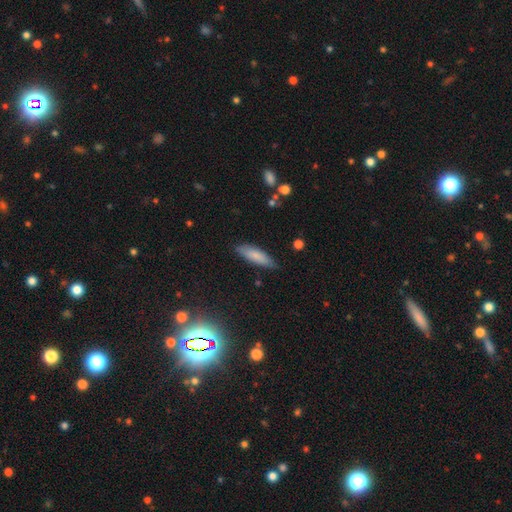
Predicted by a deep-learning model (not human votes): A smooth galaxy with no disk features (79%) that is cigar-shaped (54%).

Vote fractions:
- Smooth or featured? smooth: 79% / featured or disk: 14% / star or artifact: 7%
- How rounded? cigar-shaped: 54% / in between: 44% / round: 2%
- Merging? none: 82% / minor disturbance: 15% / major disturbance: 3% / merger: 1%